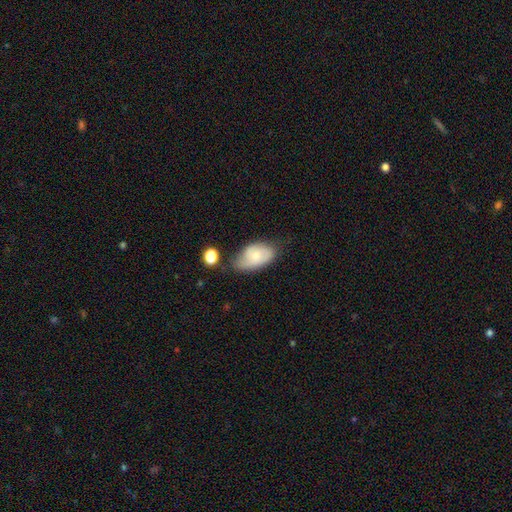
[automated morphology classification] Smooth or featured: smooth — 65% (featured or disk — 27%)
How rounded: in between — 92% (round — 6%)
Merging: none — 50% (minor disturbance — 33%)